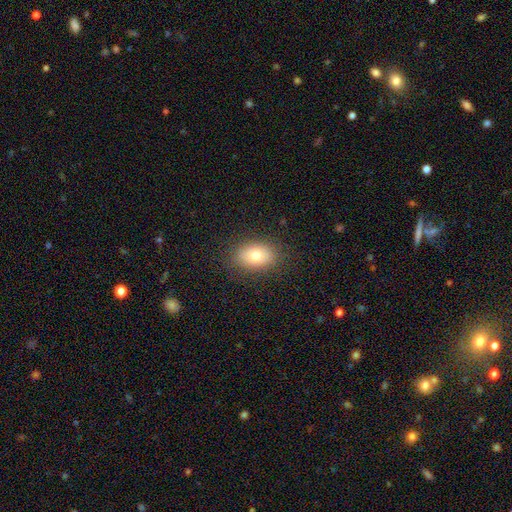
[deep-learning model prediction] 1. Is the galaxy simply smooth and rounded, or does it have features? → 78% smooth, 12% featured or disk, 9% star or artifact.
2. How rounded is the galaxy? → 82% in between, 16% round, 1% cigar-shaped.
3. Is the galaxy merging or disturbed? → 86% none, 10% minor disturbance, 3% major disturbance, 1% merger.